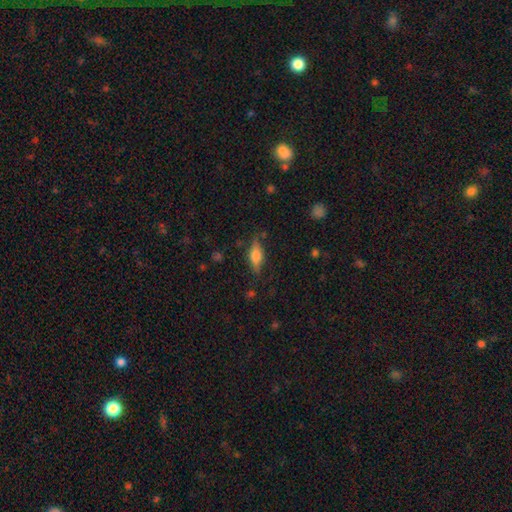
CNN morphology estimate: Smooth or featured? Predicted: smooth (p=0.57). How rounded? Predicted: in between (p=0.67). Merging? Predicted: none (p=0.78).